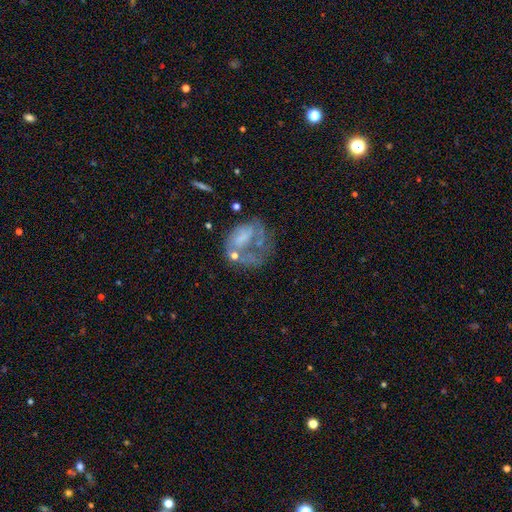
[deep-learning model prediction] Smooth or featured: featured or disk — 50% (smooth — 27%)
Edge-on disk: no — 96% (yes — 4%)
Merging: none — 37% (major disturbance — 31%)